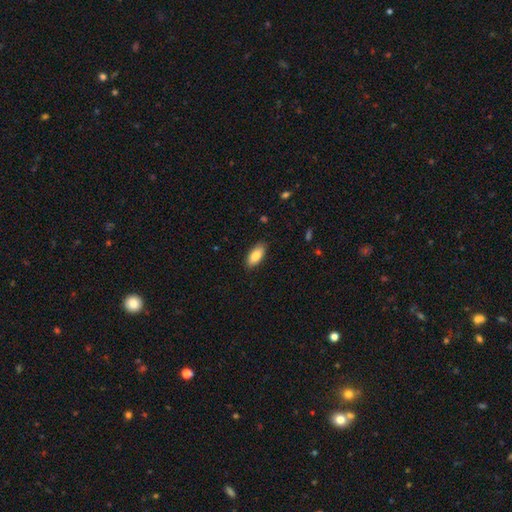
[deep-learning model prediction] A smooth galaxy with no disk features (84%) that is in between round and cigar-shaped (89%). Merging: none (87%).